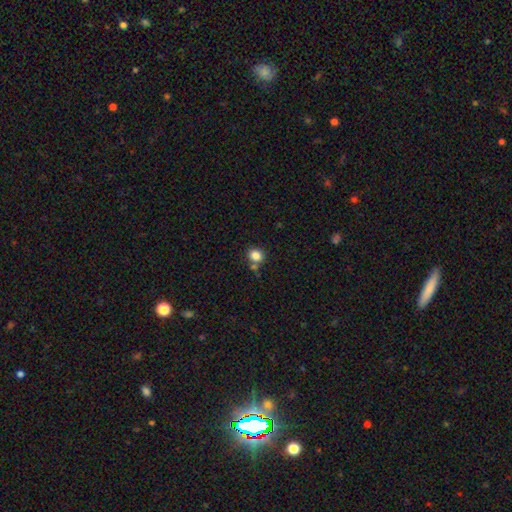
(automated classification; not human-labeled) Q: Smooth or featured?
A: smooth (84%); runner-up: star or artifact (11%)
Q: How rounded?
A: round (73%); runner-up: in between (26%)
Q: Merging?
A: none (68%); runner-up: merger (17%)